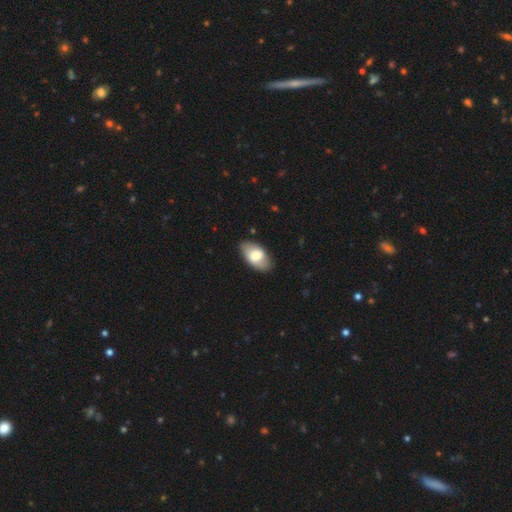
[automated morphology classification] Smooth or featured? Predicted: smooth (p=0.66). How rounded? Predicted: in between (p=0.94). Merging? Predicted: none (p=0.82).